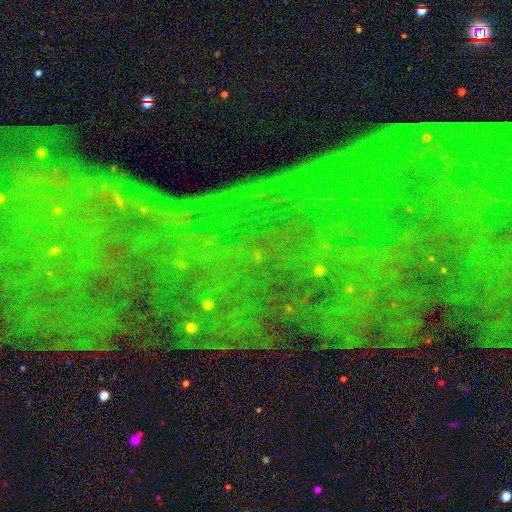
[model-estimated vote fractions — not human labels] Morphology: type=star or artifact (84%).